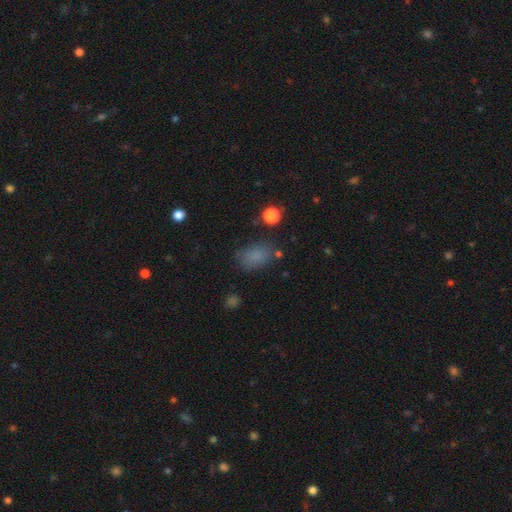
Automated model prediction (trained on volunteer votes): Overall: smooth (79%). How rounded: in between (80%). Merging: none (74%).